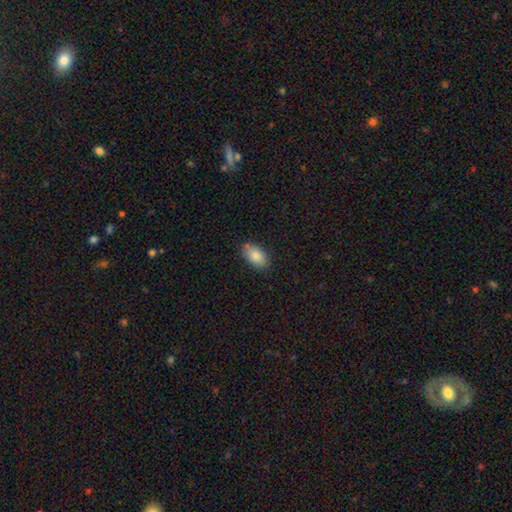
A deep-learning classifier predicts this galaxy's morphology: Overall: smooth (85%). How rounded: in between (92%). Merging: none (78%).